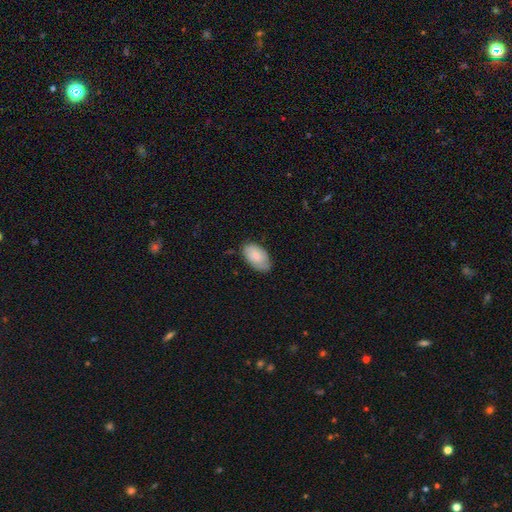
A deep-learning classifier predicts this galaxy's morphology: This appears to be a smooth galaxy with no disk features (66%) that is in between round and cigar-shaped (94%). Merging: none (72%).